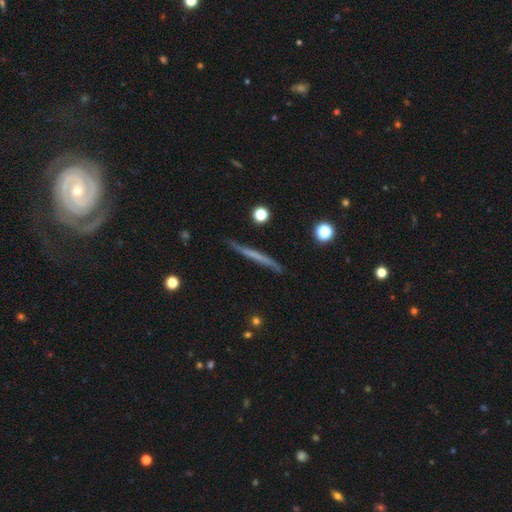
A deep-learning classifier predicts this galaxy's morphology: A smooth galaxy with no disk features (47%). Merging: none (87%).